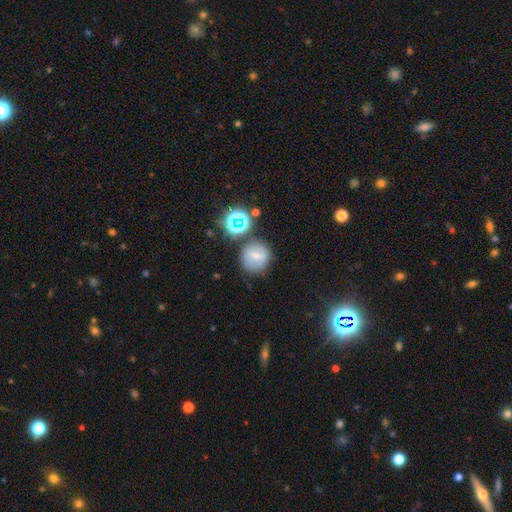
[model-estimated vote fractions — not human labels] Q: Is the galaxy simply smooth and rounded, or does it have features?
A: smooth — 60%.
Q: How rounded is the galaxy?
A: round — 87%.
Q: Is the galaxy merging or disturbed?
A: none — 73%.